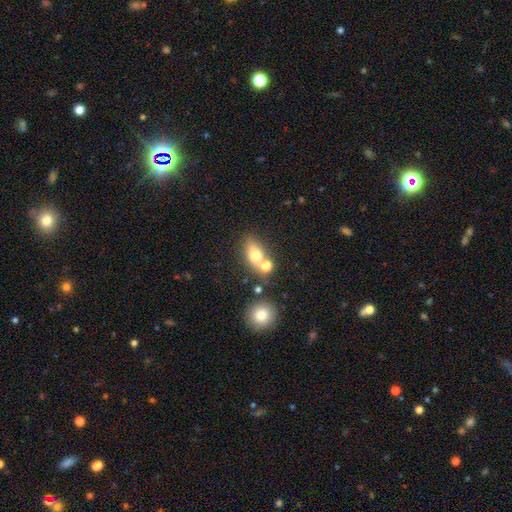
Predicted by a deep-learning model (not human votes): Smooth or featured? smooth (71%)
How rounded? in between (65%)
Merging? none (50%)